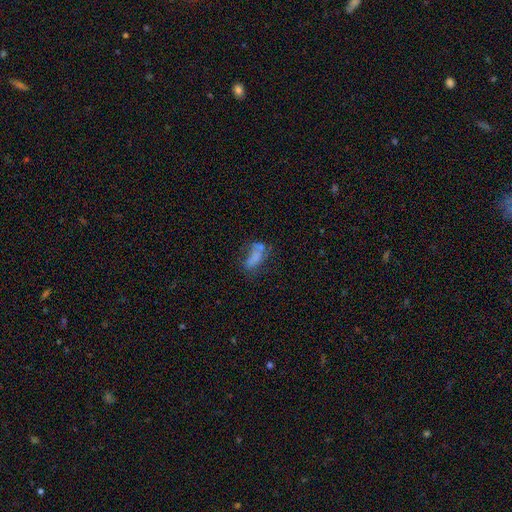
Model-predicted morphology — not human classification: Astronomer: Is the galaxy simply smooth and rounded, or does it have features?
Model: smooth — 60%.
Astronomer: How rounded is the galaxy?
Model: in between — 77%.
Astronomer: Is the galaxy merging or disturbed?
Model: none — 32% (runner-up: major disturbance, 26%).